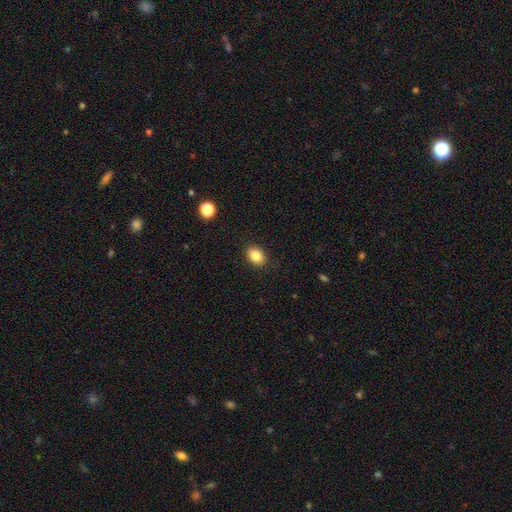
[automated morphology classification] Overall: smooth (85%). How rounded: in between (70%). Merging: none (88%).